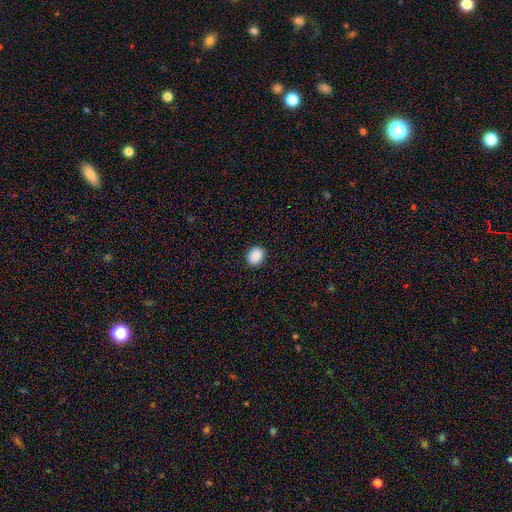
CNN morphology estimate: smooth 89%, star or artifact 8%, featured or disk 3%. Down the decision tree: how rounded — round (65%); merging — none (91%).